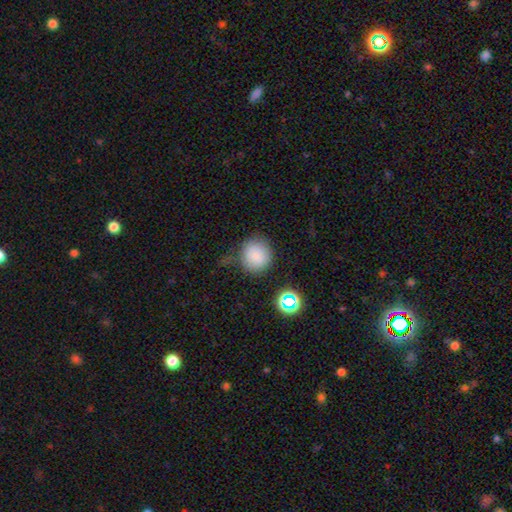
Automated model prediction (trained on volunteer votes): A smooth galaxy with no disk features (83%) that is round (87%).

Vote fractions:
- Smooth or featured? smooth: 83% / star or artifact: 11% / featured or disk: 6%
- How rounded? round: 87% / in between: 12% / cigar-shaped: 1%
- Merging? none: 72% / minor disturbance: 17% / major disturbance: 6% / merger: 5%